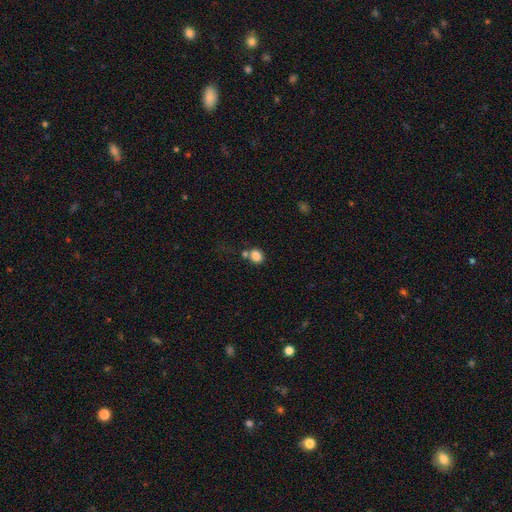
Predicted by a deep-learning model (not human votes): smooth 84%, star or artifact 10%, featured or disk 6%. Down the decision tree: how rounded — round (57%); merging — none (57%).